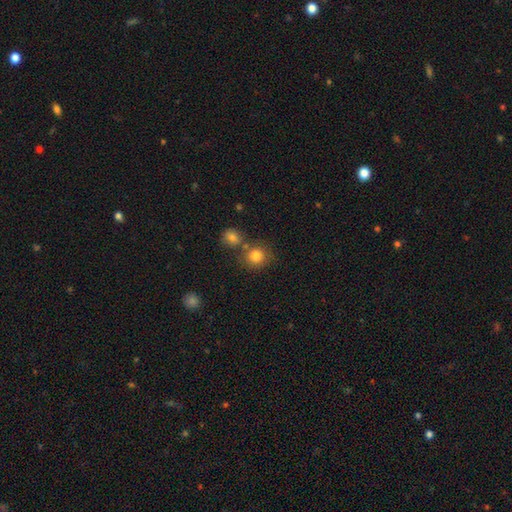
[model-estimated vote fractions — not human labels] Morphology: type=smooth (83%); roundness=round (87%); merging=none (64%).